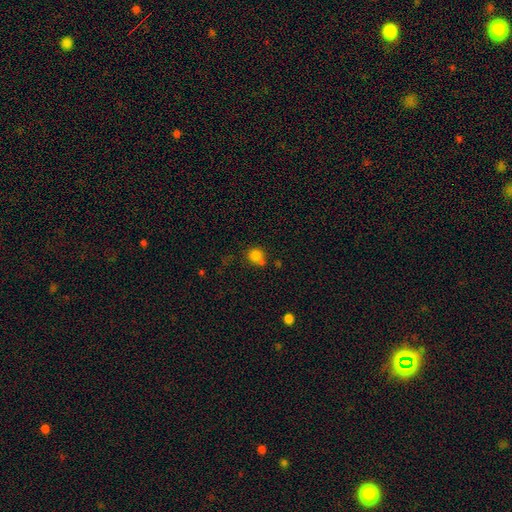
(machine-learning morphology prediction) smooth-or-featured: smooth: 80% | star or artifact: 13% | featured or disk: 7%
  how-rounded: round: 83% | in between: 16% | cigar-shaped: 1%
  merging: none: 53% | merger: 24% | minor disturbance: 16% | major disturbance: 6%